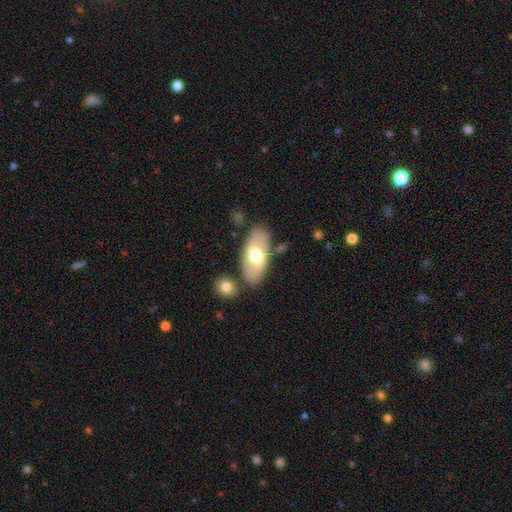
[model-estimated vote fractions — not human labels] Smooth or featured: smooth — 55% (featured or disk — 40%)
How rounded: in between — 91% (cigar-shaped — 6%)
Merging: none — 75% (minor disturbance — 14%)